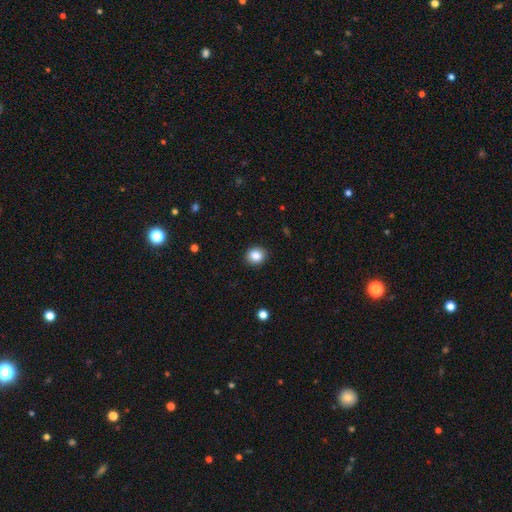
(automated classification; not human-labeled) A smooth galaxy with no disk features (86%) that is round (74%).

Vote fractions:
- Smooth or featured? smooth: 86% / star or artifact: 9% / featured or disk: 4%
- How rounded? round: 74% / in between: 25% / cigar-shaped: 1%
- Merging? none: 90% / minor disturbance: 7% / major disturbance: 2% / merger: 1%